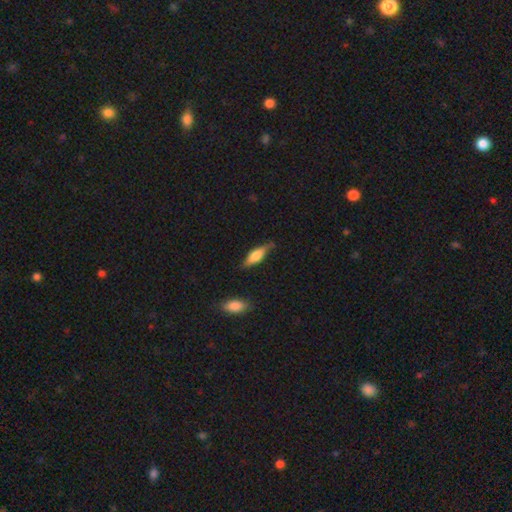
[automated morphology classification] type=smooth (55%); roundness=in between (51%); merging=none (71%).